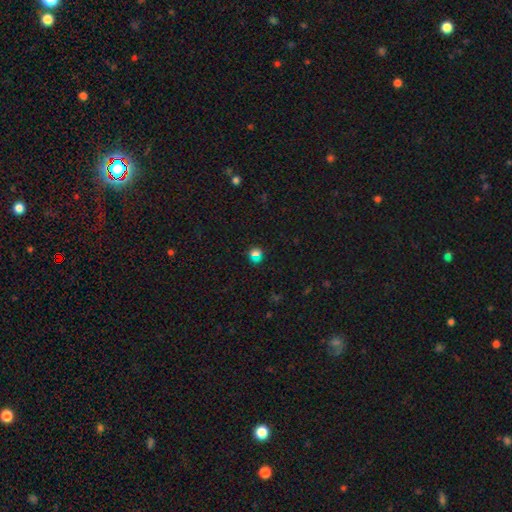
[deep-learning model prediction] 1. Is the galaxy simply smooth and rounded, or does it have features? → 62% smooth, 30% star or artifact, 8% featured or disk.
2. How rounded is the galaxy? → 87% round, 12% in between, 1% cigar-shaped.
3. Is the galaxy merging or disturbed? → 82% none, 9% minor disturbance, 5% merger, 4% major disturbance.